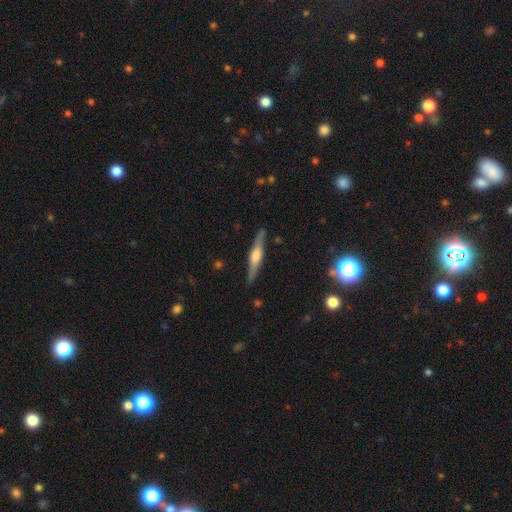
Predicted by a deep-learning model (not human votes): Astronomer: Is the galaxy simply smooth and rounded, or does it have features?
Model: featured or disk — 71%.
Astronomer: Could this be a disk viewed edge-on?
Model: yes — 96%.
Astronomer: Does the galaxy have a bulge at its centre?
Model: rounded — 74%.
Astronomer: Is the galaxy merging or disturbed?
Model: none — 87%.